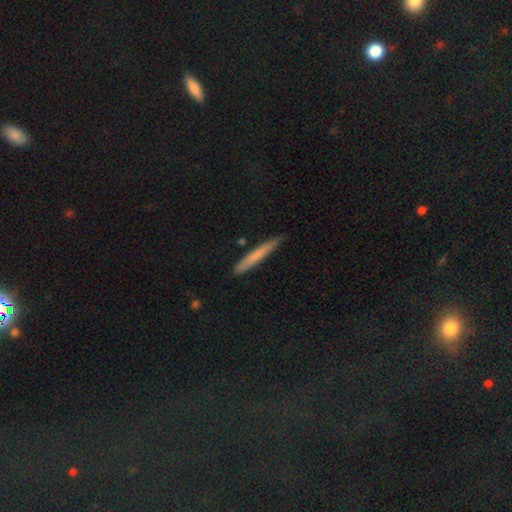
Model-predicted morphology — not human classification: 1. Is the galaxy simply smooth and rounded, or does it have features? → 72% smooth, 23% featured or disk, 6% star or artifact.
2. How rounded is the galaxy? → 96% cigar-shaped, 3% in between, 1% round.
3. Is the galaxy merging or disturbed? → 86% none, 11% minor disturbance, 2% merger, 2% major disturbance.